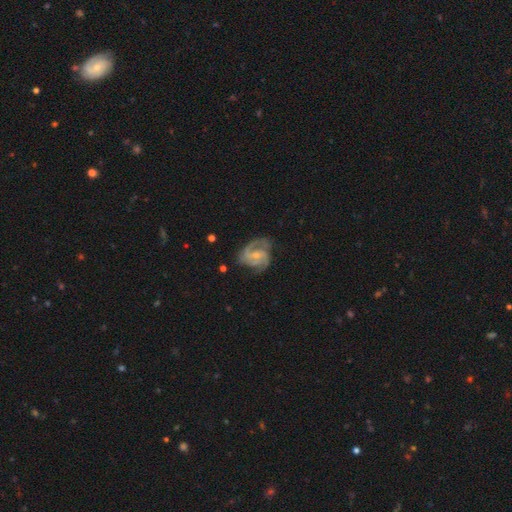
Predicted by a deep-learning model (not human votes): A featured or disk galaxy (90%) with no bar (48%), 3 (41%) medium (56%) spiral arms (98%) and a small central bulge (64%).

Vote fractions:
- Smooth or featured? featured or disk: 90% / smooth: 6% / star or artifact: 5%
- Edge-on disk? no: 98% / yes: 2%
- Bar? no: 48% / weak: 41% / strong: 11%
- Spiral arms? yes: 98% / no: 2%
- Spiral winding? medium: 56% / tight: 31% / loose: 13%
- Spiral arm count? 3: 41% / 2: 40% / can't tell: 7% / 4: 5% / 1: 4% / more than 4: 4%
- Bulge size? small: 64% / moderate: 30% / none: 4% / large: 1% / dominant: 1%
- Merging? none: 68% / minor disturbance: 21% / major disturbance: 10% / merger: 2%